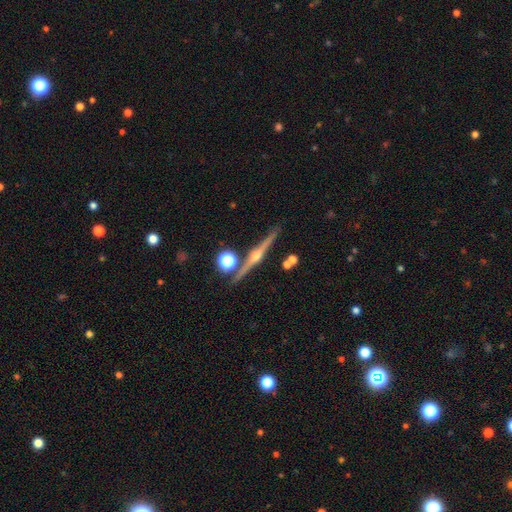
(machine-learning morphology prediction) Smooth or featured?
  - featured or disk: 87% *
  - smooth: 7%
  - star or artifact: 6%
Edge-on disk?
  - yes: 98% *
  - no: 2%
Edge-on bulge?
  - rounded: 95% *
  - boxy: 3%
  - none: 3%
Merging?
  - none: 88% *
  - minor disturbance: 7%
  - merger: 4%
  - major disturbance: 2%